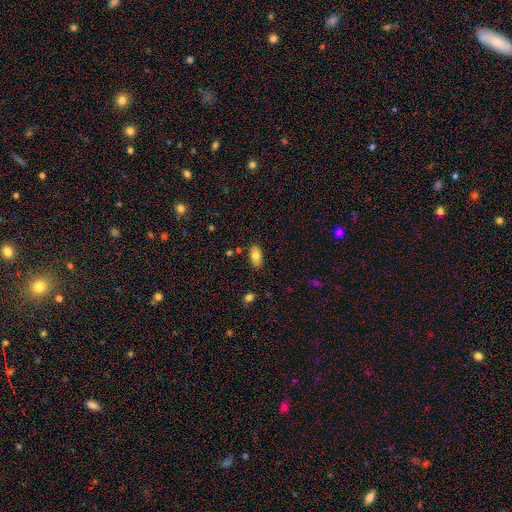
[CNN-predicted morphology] Smooth or featured? Predicted: smooth (p=0.79). How rounded? Predicted: in between (p=0.92). Merging? Predicted: none (p=0.85).